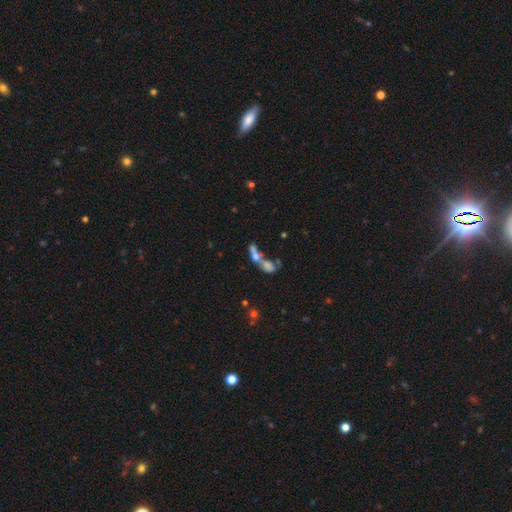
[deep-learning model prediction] Q: Smooth or featured?
A: smooth (52%); runner-up: featured or disk (32%)
Q: How rounded?
A: in between (62%); runner-up: cigar-shaped (23%)
Q: Merging?
A: merger (68%); runner-up: none (16%)